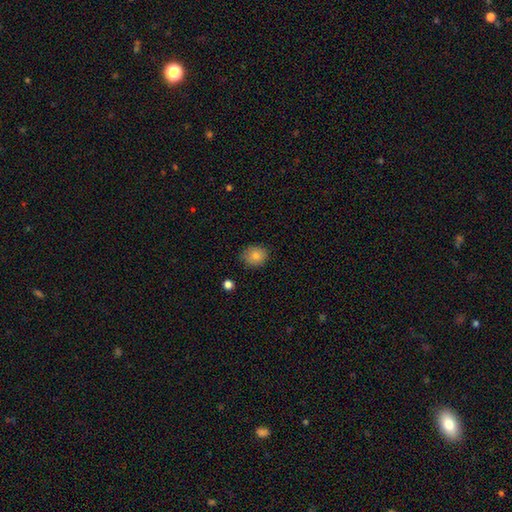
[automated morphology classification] The model was most divided on "how rounded": round: 59%, in between: 40%, cigar-shaped: 1%. More confident: merging — none (82%); smooth or featured — smooth (79%).